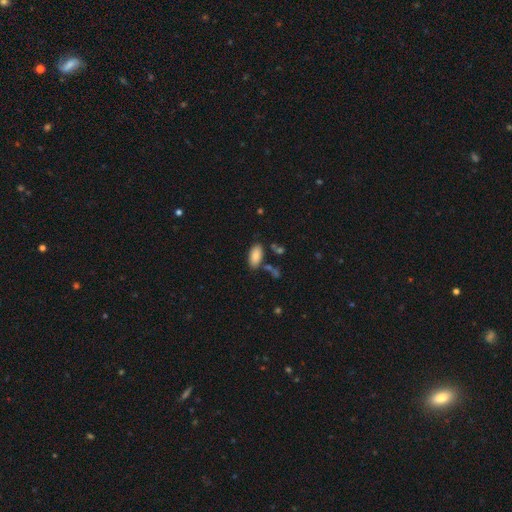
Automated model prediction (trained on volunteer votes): Q: Smooth or featured?
A: smooth (87%); runner-up: star or artifact (7%)
Q: How rounded?
A: in between (93%); runner-up: cigar-shaped (5%)
Q: Merging?
A: none (79%); runner-up: minor disturbance (12%)